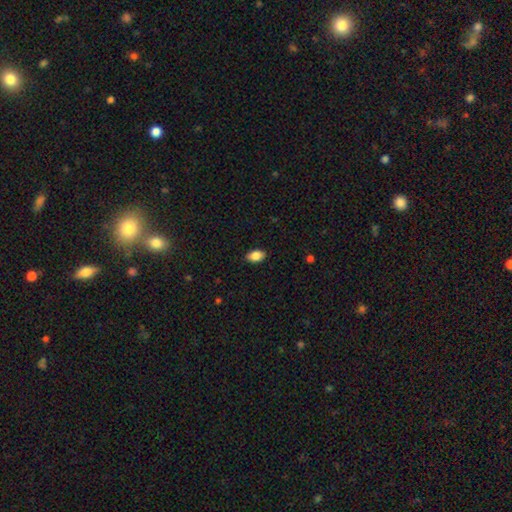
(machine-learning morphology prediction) smooth-or-featured: smooth: 86% | star or artifact: 8% | featured or disk: 6%
  how-rounded: in between: 90% | round: 8% | cigar-shaped: 2%
  merging: none: 87% | minor disturbance: 10% | major disturbance: 2% | merger: 1%